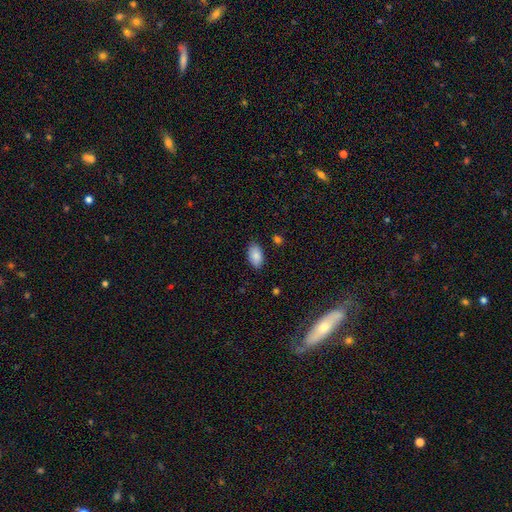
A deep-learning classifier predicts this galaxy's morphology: smooth 86%, star or artifact 7%, featured or disk 6%. Down the decision tree: how rounded — in between (94%); merging — none (84%).